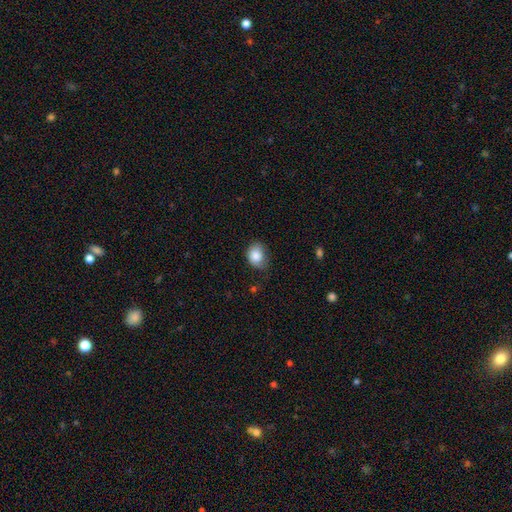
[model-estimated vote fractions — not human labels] Morphology: type=smooth (86%); roundness=in between (54%); merging=none (56%).